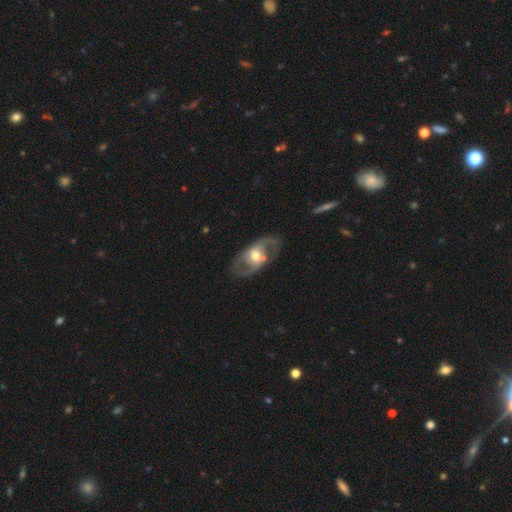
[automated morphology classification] This is likely a featured or disk galaxy (78%). It is clearly not viewed edge-on (92%). Bar: possibly no (56%). Spiral arm pattern: likely yes (75%). Spiral arm count: clearly 2 (84%). Spiral winding: possibly medium (48%). Central bulge: likely moderate (69%). Merging: likely none (76%).